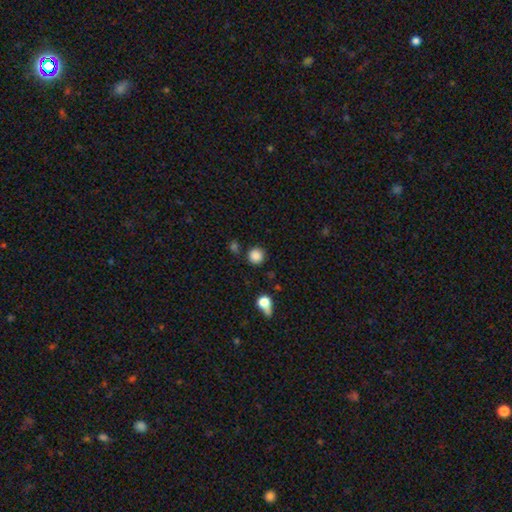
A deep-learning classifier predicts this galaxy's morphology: This appears to be a smooth galaxy with no disk features (86%) that is round (93%). Merging: none (83%).